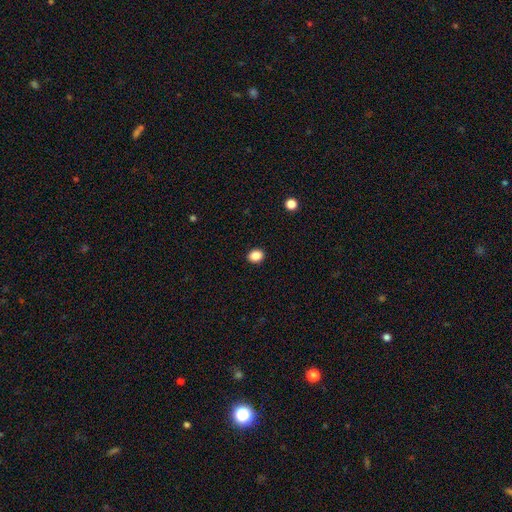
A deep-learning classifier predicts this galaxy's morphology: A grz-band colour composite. It shows a smooth galaxy with no disk features (87%) that is round (53%). Merging: none (92%).